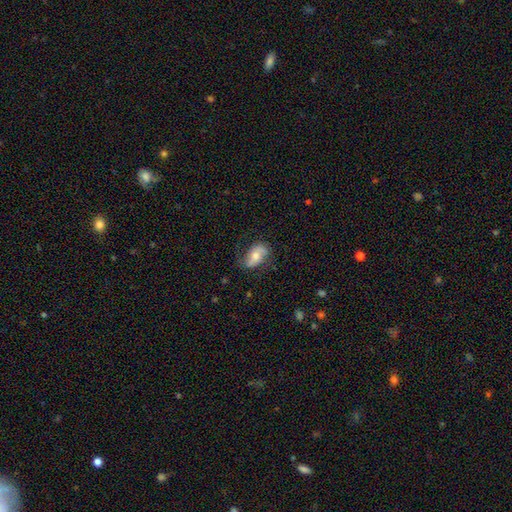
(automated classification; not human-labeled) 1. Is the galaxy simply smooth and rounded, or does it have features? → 50% smooth, 42% featured or disk, 7% star or artifact.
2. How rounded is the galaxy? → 89% in between, 8% round, 3% cigar-shaped.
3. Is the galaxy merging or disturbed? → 68% none, 23% minor disturbance, 8% major disturbance, 1% merger.